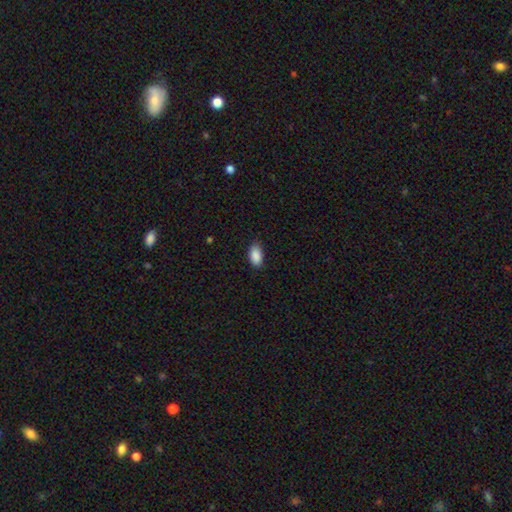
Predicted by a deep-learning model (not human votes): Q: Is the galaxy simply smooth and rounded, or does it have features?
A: smooth — 90%.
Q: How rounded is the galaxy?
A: in between — 93%.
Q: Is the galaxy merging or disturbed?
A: none — 83%.